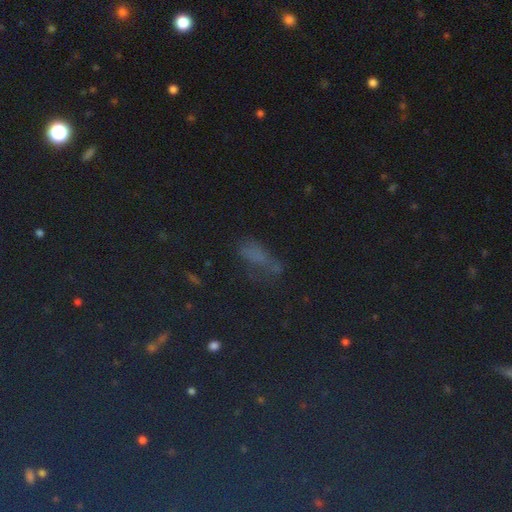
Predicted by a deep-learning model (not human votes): The model was most divided on "smooth or featured": smooth: 48%, star or artifact: 39%, featured or disk: 13%. Remaining: merging — none (45%).